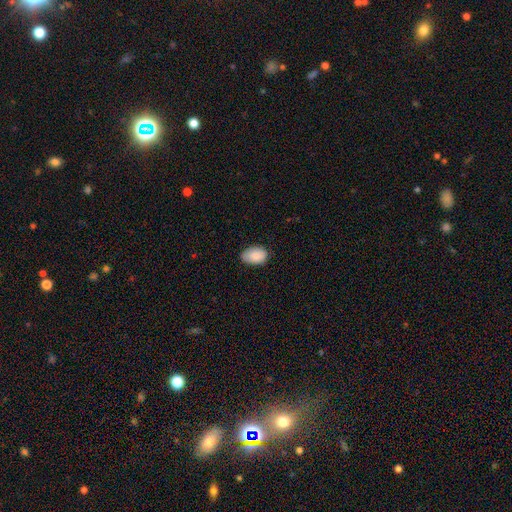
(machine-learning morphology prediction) smooth-or-featured: smooth: 88% | star or artifact: 7% | featured or disk: 6%
  how-rounded: in between: 88% | round: 11% | cigar-shaped: 1%
  merging: none: 69% | minor disturbance: 26% | major disturbance: 3% | merger: 1%